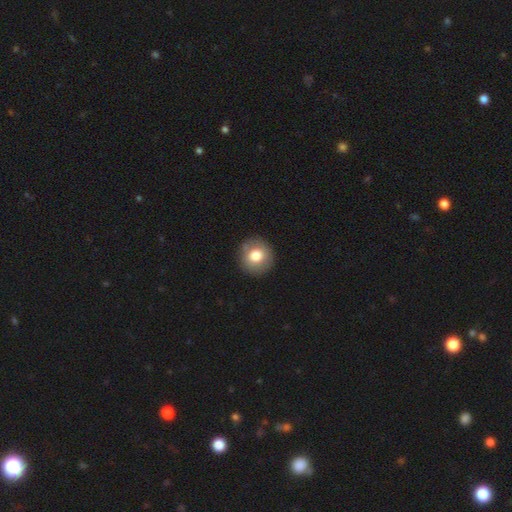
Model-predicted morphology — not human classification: Smooth or featured? Predicted: smooth (p=0.77). How rounded? Predicted: round (p=0.91). Merging? Predicted: none (p=0.88).